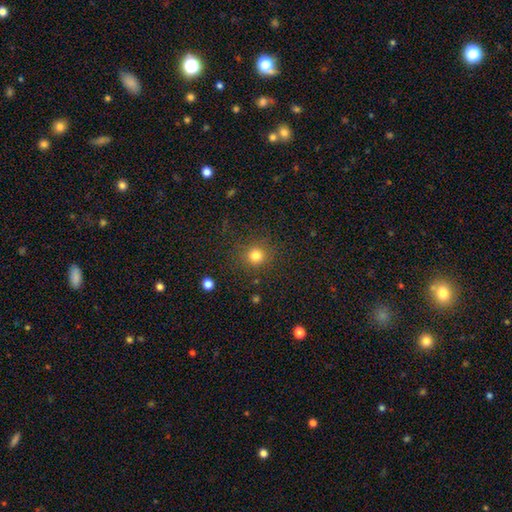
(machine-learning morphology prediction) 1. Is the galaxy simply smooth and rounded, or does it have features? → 79% smooth, 15% star or artifact, 5% featured or disk.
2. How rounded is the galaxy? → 92% round, 7% in between, 1% cigar-shaped.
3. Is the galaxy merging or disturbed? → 86% none, 8% minor disturbance, 4% major disturbance, 2% merger.